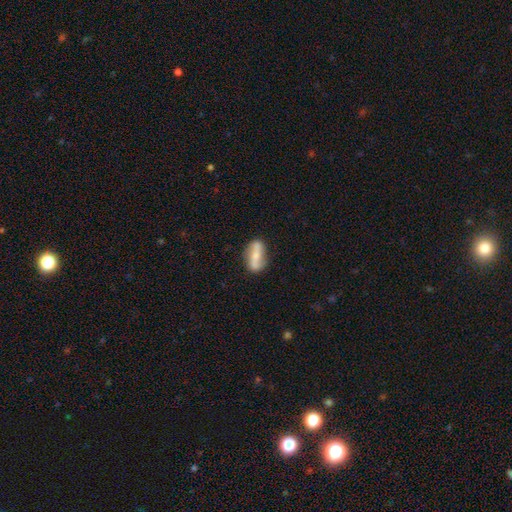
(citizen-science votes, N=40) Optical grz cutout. It shows a featured or disk galaxy (50%) with a strong bar (88%), 2 (100%) loose (90%) spiral arms (59%) and a moderate central bulge (47%). Merging: none (74%).